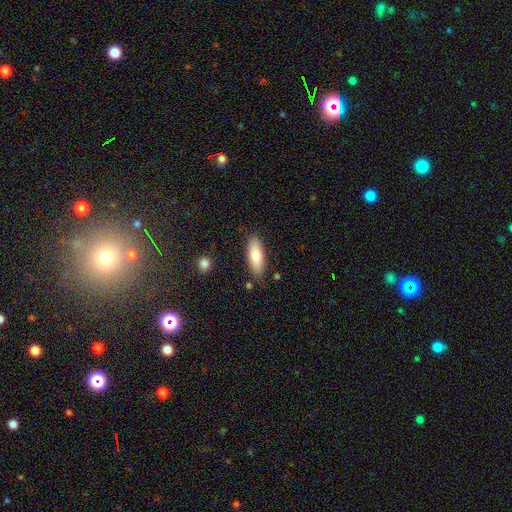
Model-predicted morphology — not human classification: Smooth or featured?
  - smooth: 73% *
  - featured or disk: 21%
  - star or artifact: 6%
How rounded?
  - in between: 64% *
  - cigar-shaped: 34%
  - round: 2%
Merging?
  - none: 84% *
  - minor disturbance: 11%
  - major disturbance: 2%
  - merger: 2%